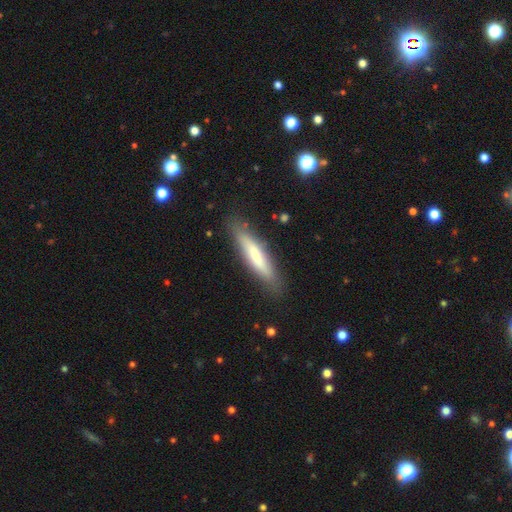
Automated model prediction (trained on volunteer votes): This appears to be a smooth galaxy with no disk features (65%) that is cigar-shaped (86%). Merging: none (84%).